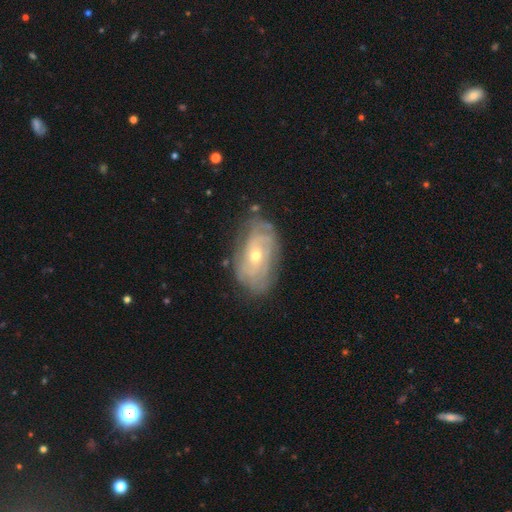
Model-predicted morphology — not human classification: Smooth or featured? featured or disk (75%)
Edge-on disk? no (94%)
Bar? no (73%)
Spiral arms? yes (84%)
Spiral winding? tight (65%)
Spiral arm count? can't tell (52%)
Bulge size? small (50%)
Merging? none (72%)